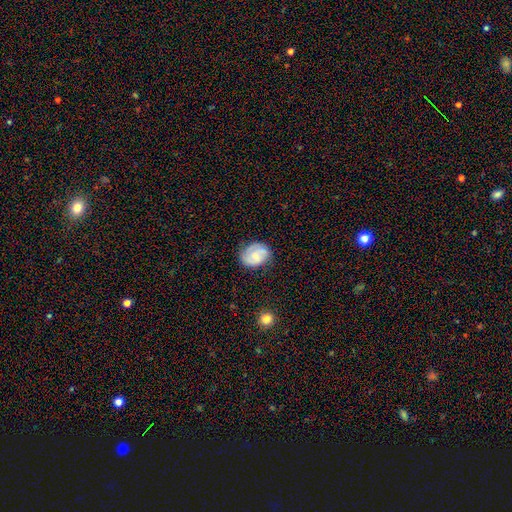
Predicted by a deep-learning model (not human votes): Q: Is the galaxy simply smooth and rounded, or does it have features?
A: featured or disk — 51%.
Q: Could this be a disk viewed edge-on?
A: no — 97%.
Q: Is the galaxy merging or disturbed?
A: none — 70%.